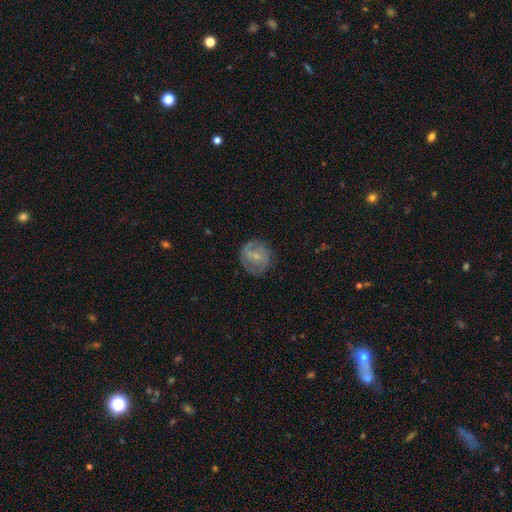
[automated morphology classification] Smooth or featured? featured or disk (61%)
Edge-on disk? no (97%)
Bar? weak (44%)
Spiral arms? yes (77%)
Bulge size? small (66%)
Merging? none (75%)